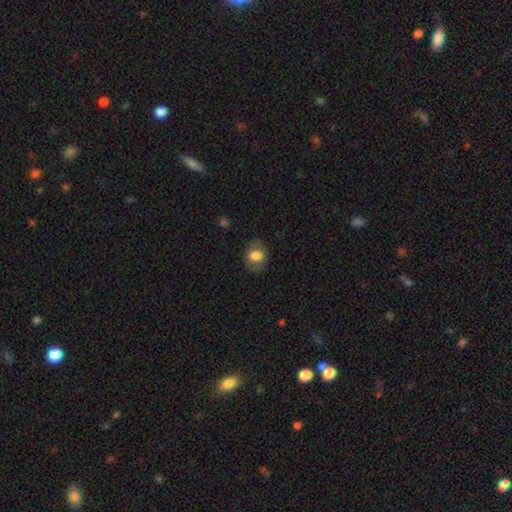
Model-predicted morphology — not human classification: This appears to be a smooth galaxy with no disk features (76%) that is round (50%). Merging: none (78%).